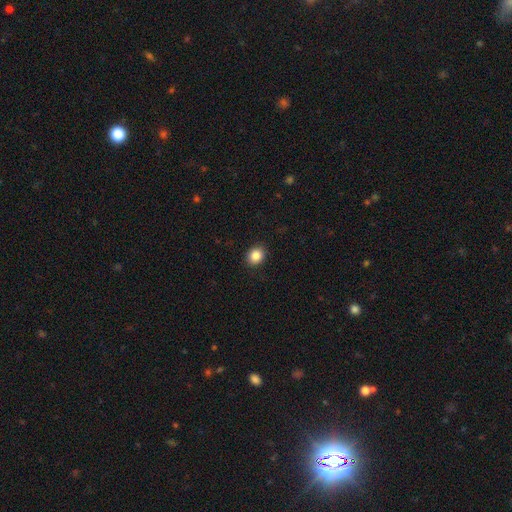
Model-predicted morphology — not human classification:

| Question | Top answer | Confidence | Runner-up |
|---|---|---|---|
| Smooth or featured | smooth | 86% | star or artifact (9%) |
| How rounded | round | 59% | in between (40%) |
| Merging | none | 90% | minor disturbance (7%) |